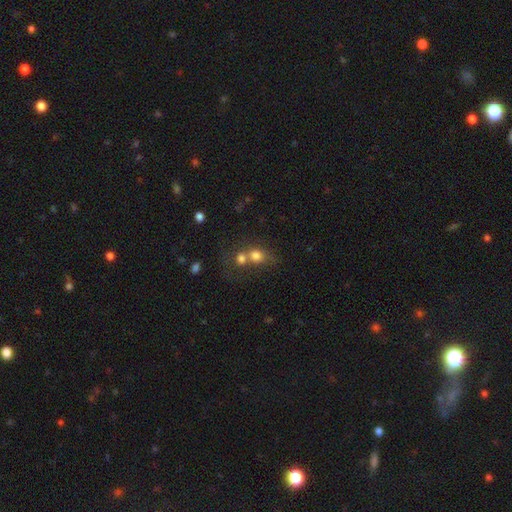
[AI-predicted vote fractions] Smooth or featured? smooth (74%)
How rounded? round (65%)
Merging? merger (60%)